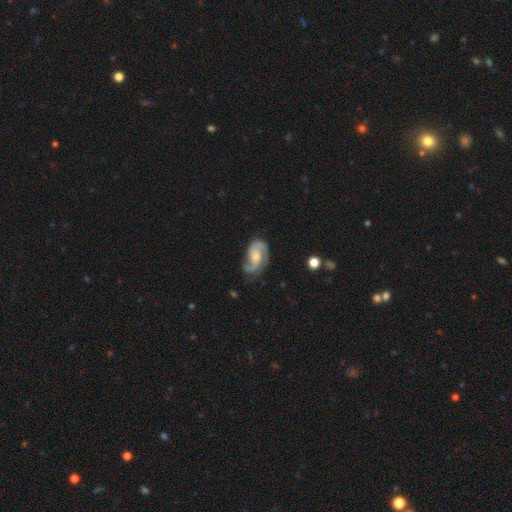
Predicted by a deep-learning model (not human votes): Smooth or featured? Predicted: featured or disk (p=0.86). Edge-on disk? Predicted: no (p=0.97). Bar? Predicted: no (p=0.57). Spiral arms? Predicted: yes (p=0.97). Spiral winding? Predicted: medium (p=0.51). Spiral arm count? Predicted: 2 (p=0.87). Bulge size? Predicted: moderate (p=0.47). Merging? Predicted: none (p=0.68).